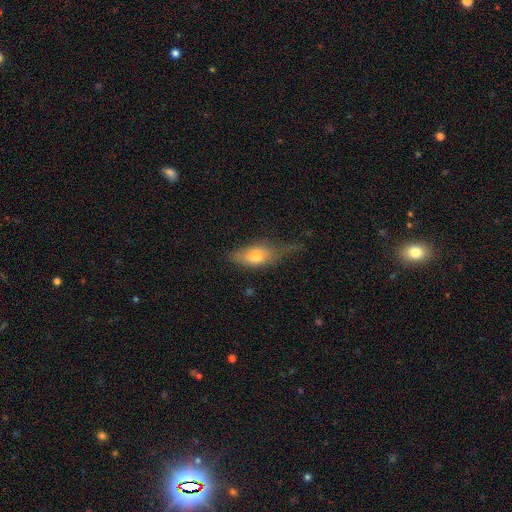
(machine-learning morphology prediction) smooth-or-featured: smooth: 73% | featured or disk: 20% | star or artifact: 8%
  how-rounded: in between: 79% | cigar-shaped: 13% | round: 7%
  merging: none: 38% | minor disturbance: 35% | major disturbance: 25% | merger: 3%